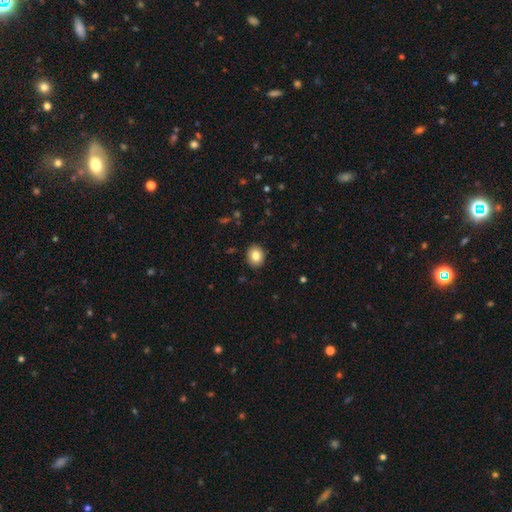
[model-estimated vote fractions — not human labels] Smooth or featured?
  - smooth: 84% *
  - star or artifact: 9%
  - featured or disk: 8%
How rounded?
  - round: 58% *
  - in between: 41%
  - cigar-shaped: 1%
Merging?
  - none: 89% *
  - minor disturbance: 8%
  - major disturbance: 2%
  - merger: 1%